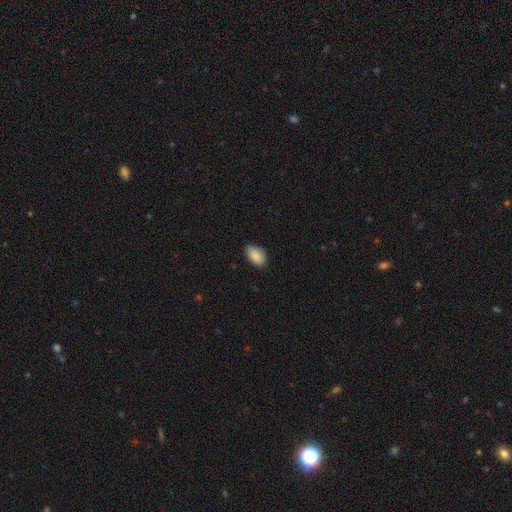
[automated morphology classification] A smooth galaxy with no disk features (89%) that is in between round and cigar-shaped (92%). Merging: none (83%).